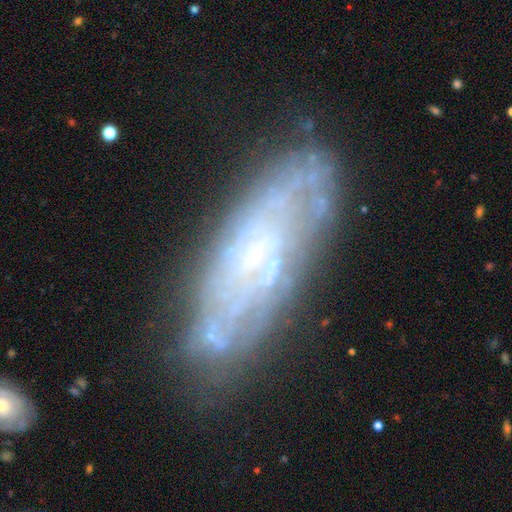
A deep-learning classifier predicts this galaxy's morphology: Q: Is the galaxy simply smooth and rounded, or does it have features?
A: featured or disk — 71%.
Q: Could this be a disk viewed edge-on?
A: no — 78%.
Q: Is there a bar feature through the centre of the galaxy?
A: no — 66%.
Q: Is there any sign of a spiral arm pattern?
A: yes — 62%.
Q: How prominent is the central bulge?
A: small — 59%.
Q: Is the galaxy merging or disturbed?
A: none — 70%.